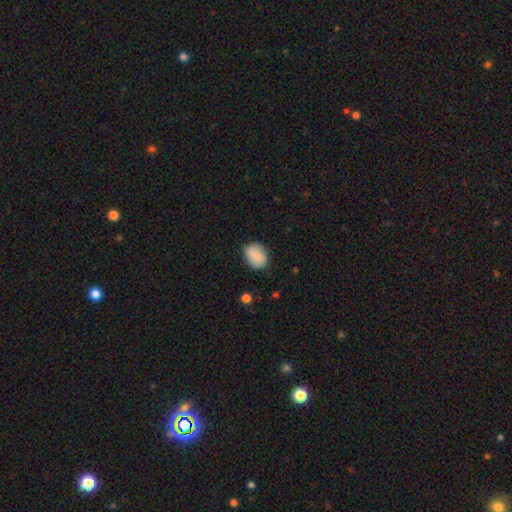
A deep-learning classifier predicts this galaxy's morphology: This appears to be a smooth galaxy with no disk features (86%) that is in between round and cigar-shaped (66%). Merging: none (79%).